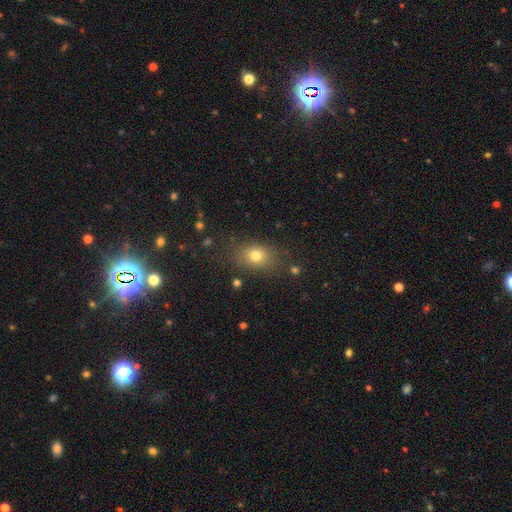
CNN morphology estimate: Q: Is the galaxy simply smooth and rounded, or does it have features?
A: smooth — 76%.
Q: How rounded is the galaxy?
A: in between — 62%.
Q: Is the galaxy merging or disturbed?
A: none — 78%.